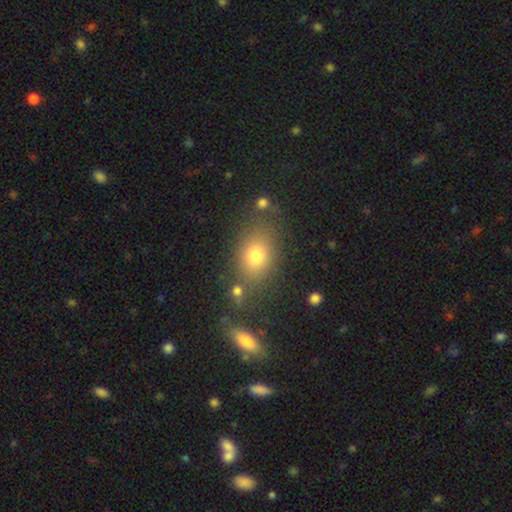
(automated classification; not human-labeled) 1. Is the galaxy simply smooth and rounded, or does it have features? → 76% smooth, 12% star or artifact, 12% featured or disk.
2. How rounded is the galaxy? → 73% in between, 25% round, 2% cigar-shaped.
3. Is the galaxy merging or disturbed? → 73% none, 14% minor disturbance, 8% merger, 6% major disturbance.